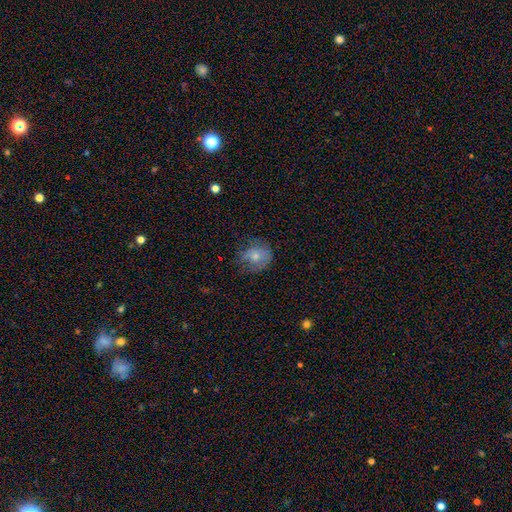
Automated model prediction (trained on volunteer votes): Smooth or featured?
  - smooth: 67% *
  - featured or disk: 23%
  - star or artifact: 10%
How rounded?
  - round: 71% *
  - in between: 28%
  - cigar-shaped: 1%
Merging?
  - none: 56% *
  - minor disturbance: 27%
  - major disturbance: 15%
  - merger: 2%